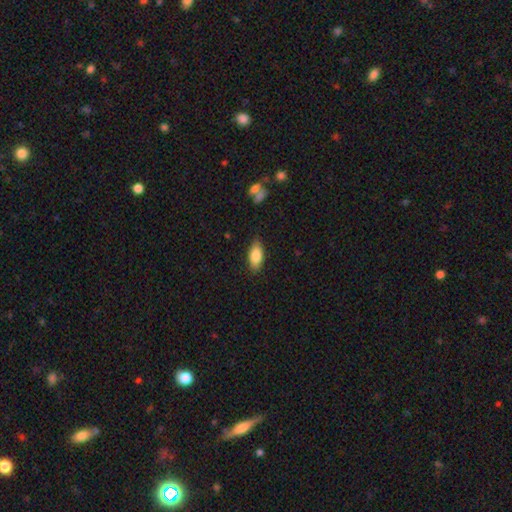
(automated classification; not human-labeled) Q: Smooth or featured?
A: smooth (83%); runner-up: featured or disk (10%)
Q: How rounded?
A: in between (86%); runner-up: cigar-shaped (11%)
Q: Merging?
A: none (85%); runner-up: minor disturbance (12%)